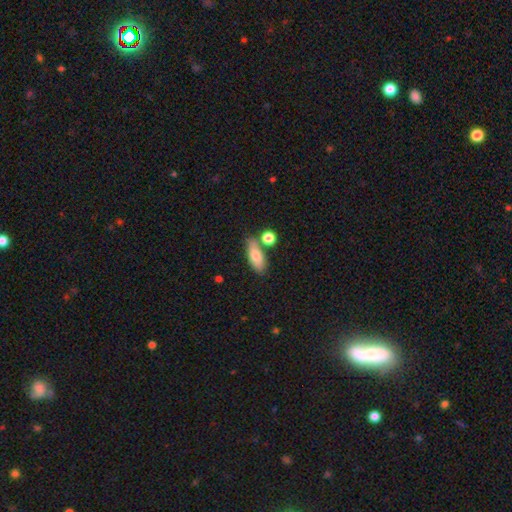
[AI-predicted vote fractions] smooth_or_featured: smooth (p=0.78) [alt: featured or disk p=0.15]
how_rounded: in between (p=0.75) [alt: cigar-shaped p=0.20]
merging: none (p=0.64) [alt: merger p=0.18]